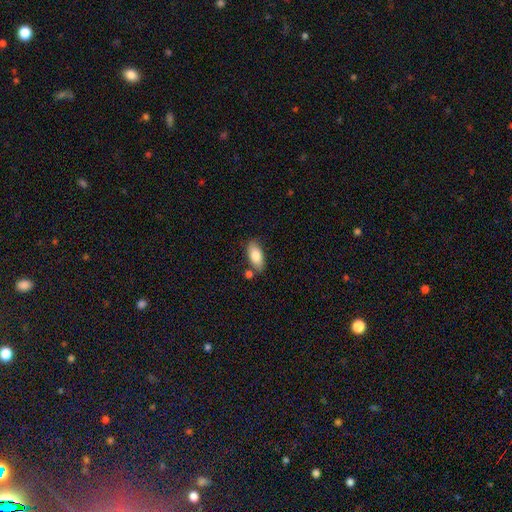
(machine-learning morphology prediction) A smooth galaxy with no disk features (84%) that is in between round and cigar-shaped (89%). Merging: none (73%).